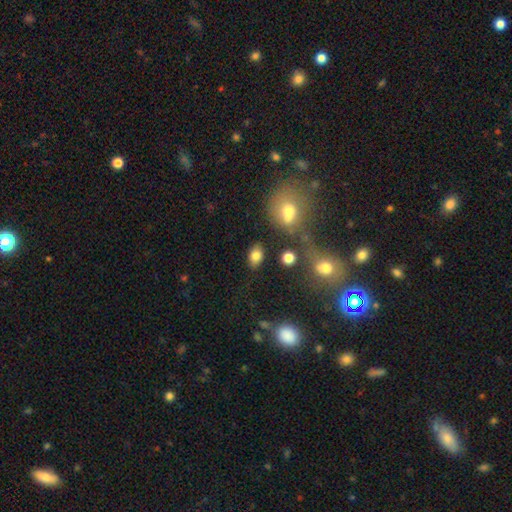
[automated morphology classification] smooth-or-featured: smooth: 82% | star or artifact: 10% | featured or disk: 8%
  how-rounded: in between: 81% | round: 17% | cigar-shaped: 2%
  merging: none: 79% | minor disturbance: 13% | merger: 5% | major disturbance: 4%